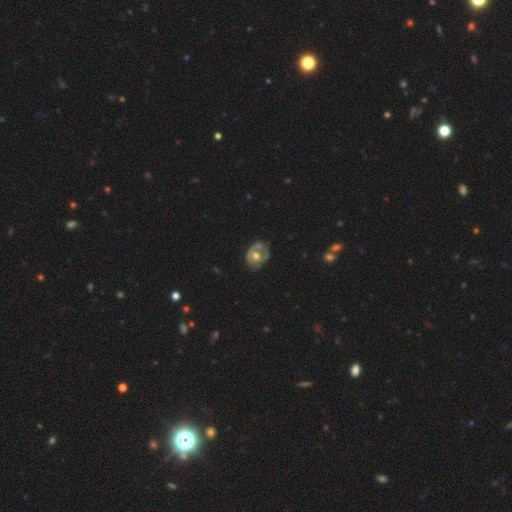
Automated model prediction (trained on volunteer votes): featured or disk 56%, smooth 37%, star or artifact 7%. Down the decision tree: edge-on disk — no (96%); bar — no (75%); spiral arms — no (63%); bulge size — moderate (73%); merging — none (55%).